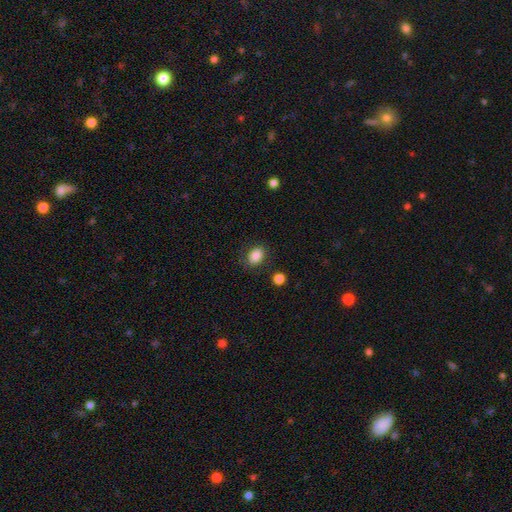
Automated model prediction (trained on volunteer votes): The model was most divided on "how rounded": in between: 68%, round: 31%, cigar-shaped: 1%. More confident: smooth or featured — smooth (86%); merging — none (81%).